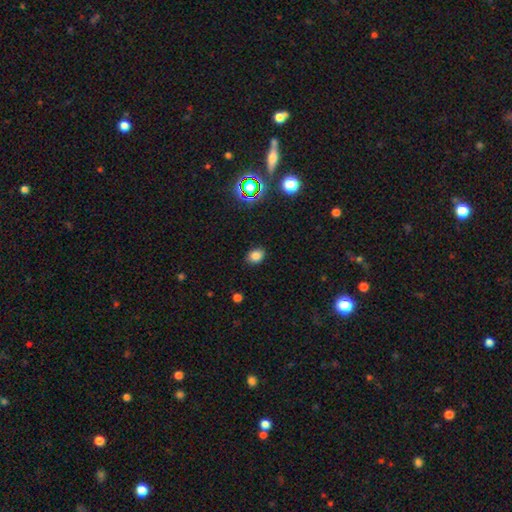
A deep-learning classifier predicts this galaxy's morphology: Smooth or featured: smooth — 80% (star or artifact — 15%)
How rounded: in between — 58% (round — 41%)
Merging: none — 86% (minor disturbance — 10%)